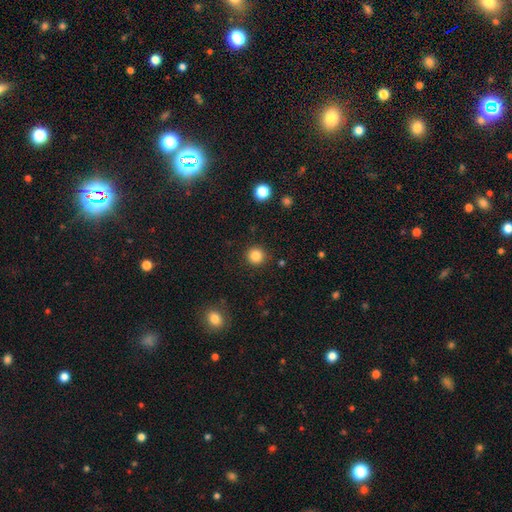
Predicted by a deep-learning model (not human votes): A smooth galaxy with no disk features (84%) that is round (94%). Merging: none (91%).